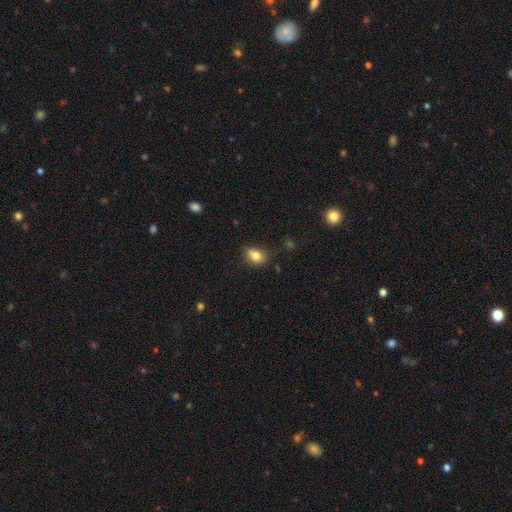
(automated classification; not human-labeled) Smooth or featured: smooth — 78% (star or artifact — 11%)
How rounded: in between — 53% (round — 45%)
Merging: none — 56% (minor disturbance — 25%)